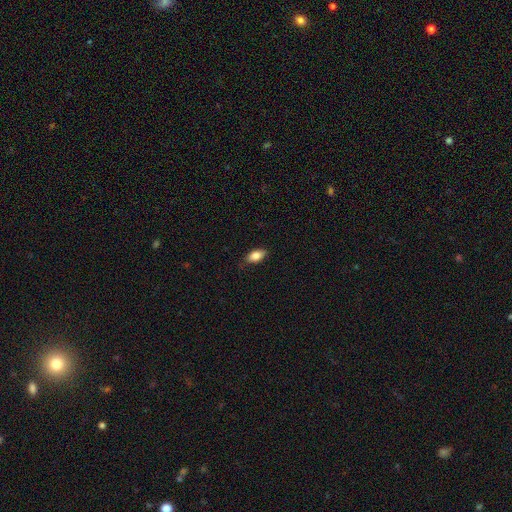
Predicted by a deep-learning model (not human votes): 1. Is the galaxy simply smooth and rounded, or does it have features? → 83% smooth, 10% featured or disk, 7% star or artifact.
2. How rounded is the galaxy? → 90% in between, 6% cigar-shaped, 4% round.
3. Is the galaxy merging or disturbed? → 82% none, 14% minor disturbance, 3% major disturbance, 1% merger.